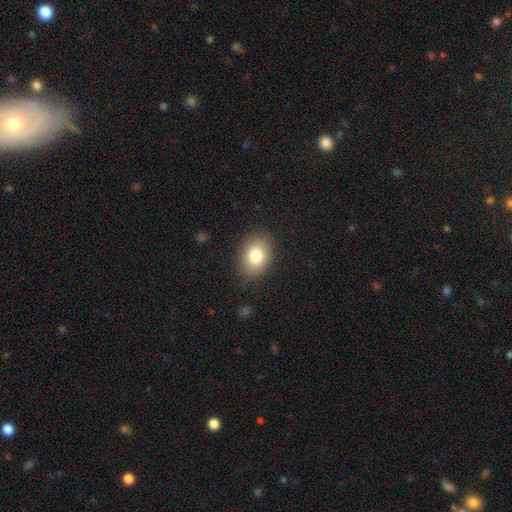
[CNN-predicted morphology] Q: Smooth or featured?
A: smooth (80%); runner-up: featured or disk (11%)
Q: How rounded?
A: in between (73%); runner-up: round (26%)
Q: Merging?
A: none (86%); runner-up: minor disturbance (10%)